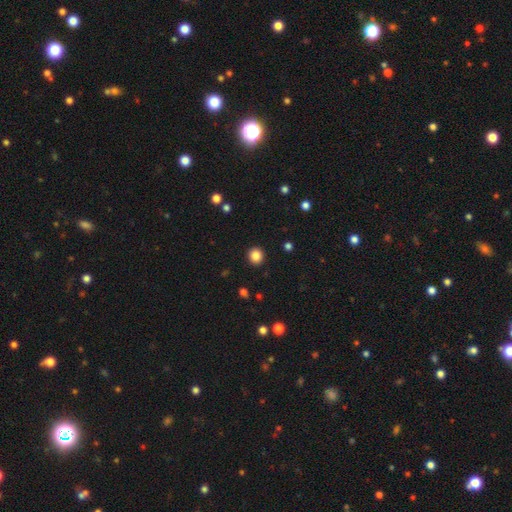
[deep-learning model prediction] Smooth or featured? smooth (86%)
How rounded? round (90%)
Merging? none (92%)